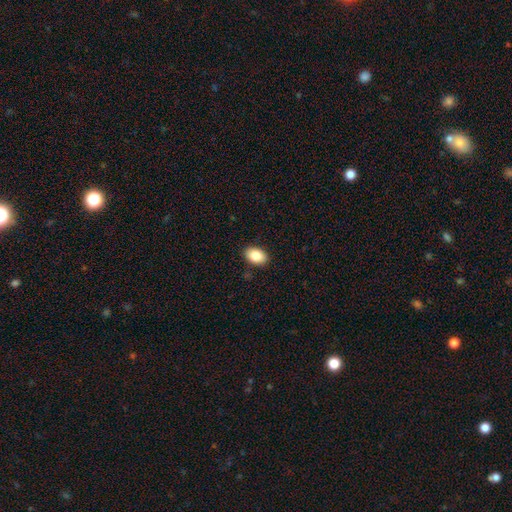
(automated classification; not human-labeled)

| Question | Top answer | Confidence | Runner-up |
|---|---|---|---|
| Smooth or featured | smooth | 85% | star or artifact (8%) |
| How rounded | in between | 86% | round (13%) |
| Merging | none | 89% | minor disturbance (8%) |